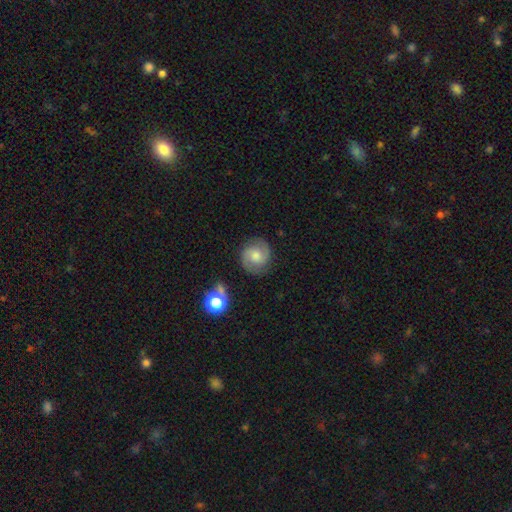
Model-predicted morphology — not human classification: Smooth or featured?
  - featured or disk: 64% *
  - smooth: 27%
  - star or artifact: 9%
Edge-on disk?
  - no: 98% *
  - yes: 2%
Bar?
  - no: 57% *
  - weak: 36%
  - strong: 7%
Spiral arms?
  - yes: 94% *
  - no: 6%
Spiral winding?
  - medium: 47% *
  - tight: 39%
  - loose: 14%
Spiral arm count?
  - 2: 90% *
  - can't tell: 5%
  - 1: 2%
  - 3: 1%
  - 4: 1%
  - more than 4: 1%
Bulge size?
  - moderate: 52% *
  - small: 29%
  - large: 10%
  - none: 7%
  - dominant: 2%
Merging?
  - none: 83% *
  - minor disturbance: 11%
  - major disturbance: 4%
  - merger: 2%